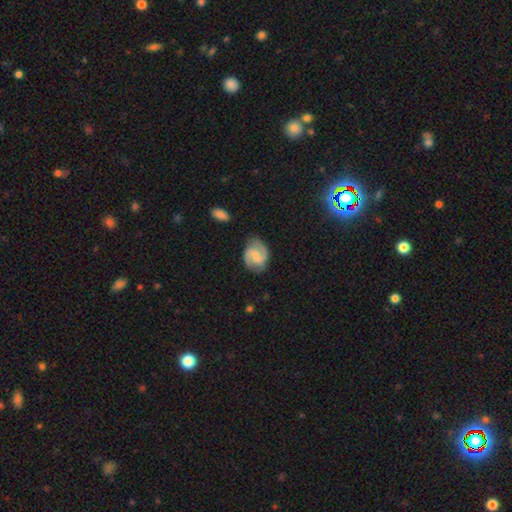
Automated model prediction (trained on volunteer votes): Smooth or featured? Predicted: featured or disk (p=0.79). Edge-on disk? Predicted: no (p=0.98). Bar? Predicted: weak (p=0.53). Spiral arms? Predicted: yes (p=0.96). Spiral winding? Predicted: medium (p=0.54). Spiral arm count? Predicted: 2 (p=0.91). Bulge size? Predicted: small (p=0.38). Merging? Predicted: none (p=0.78).